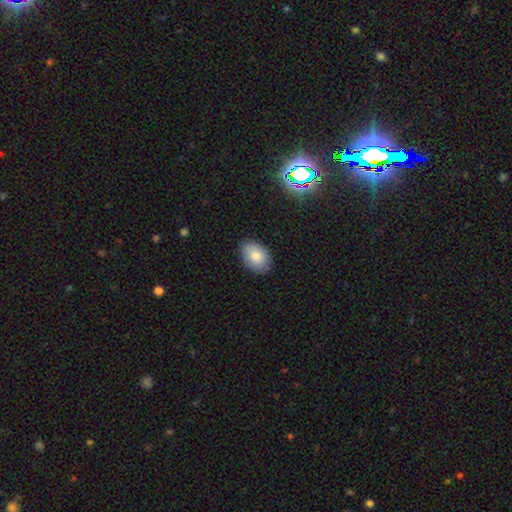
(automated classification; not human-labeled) The model was most divided on "how rounded": in between: 80%, round: 19%, cigar-shaped: 1%. More confident: merging — none (84%); smooth or featured — smooth (80%).